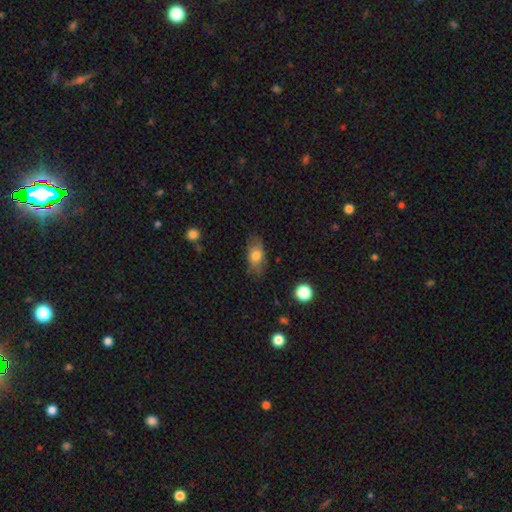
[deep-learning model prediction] Q: Smooth or featured?
A: smooth (73%); runner-up: featured or disk (19%)
Q: How rounded?
A: in between (85%); runner-up: round (9%)
Q: Merging?
A: none (75%); runner-up: minor disturbance (18%)